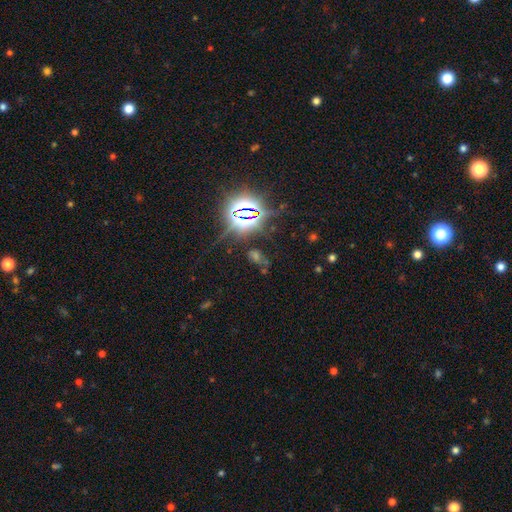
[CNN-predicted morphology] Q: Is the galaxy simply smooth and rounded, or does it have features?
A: star or artifact — 71%.